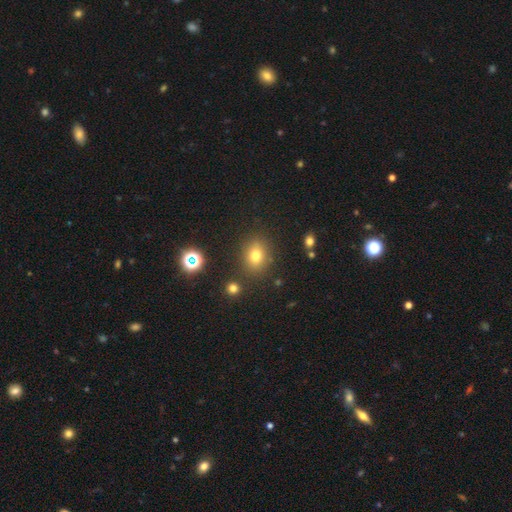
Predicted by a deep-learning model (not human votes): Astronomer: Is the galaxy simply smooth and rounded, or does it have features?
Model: smooth — 74%.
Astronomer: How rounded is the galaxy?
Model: round — 50% (runner-up: in between, 48%).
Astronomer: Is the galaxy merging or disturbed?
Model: none — 82%.